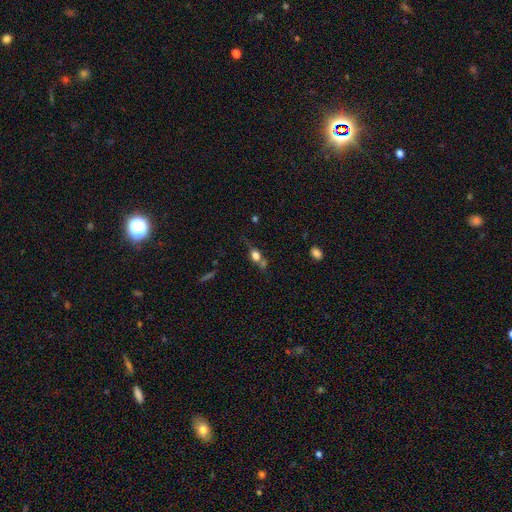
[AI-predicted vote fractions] This appears to be a smooth galaxy with no disk features (61%) that is in between round and cigar-shaped (45%). Merging: none (45%).